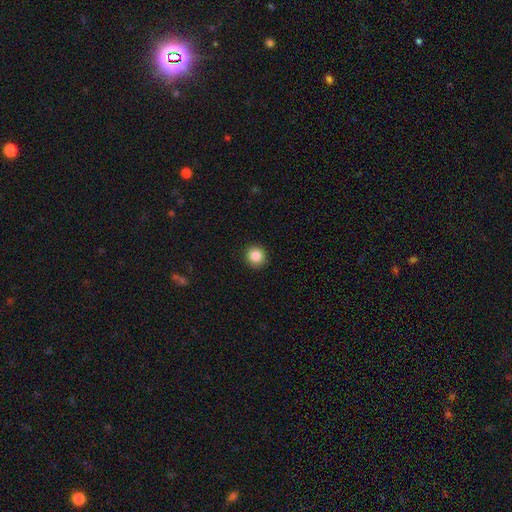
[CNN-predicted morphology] The model was most divided on "smooth or featured": smooth: 86%, star or artifact: 10%, featured or disk: 5%. More confident: how rounded — round (93%); merging — none (92%).